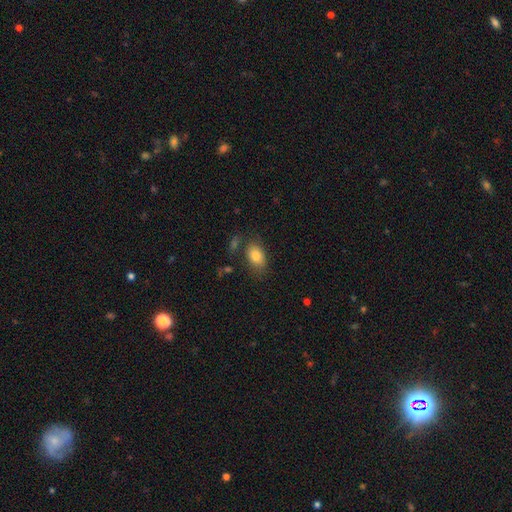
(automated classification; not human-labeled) Morphology: type=smooth (83%); roundness=in between (87%); merging=none (74%).